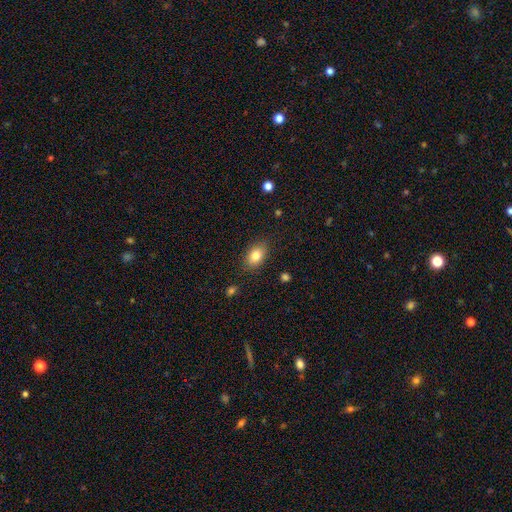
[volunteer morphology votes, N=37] Q: Smooth or featured?
A: smooth (84%); runner-up: featured or disk (14%)
Q: How rounded?
A: in between (87%); runner-up: round (13%)
Q: Merging?
A: none (97%); runner-up: minor disturbance (3%)